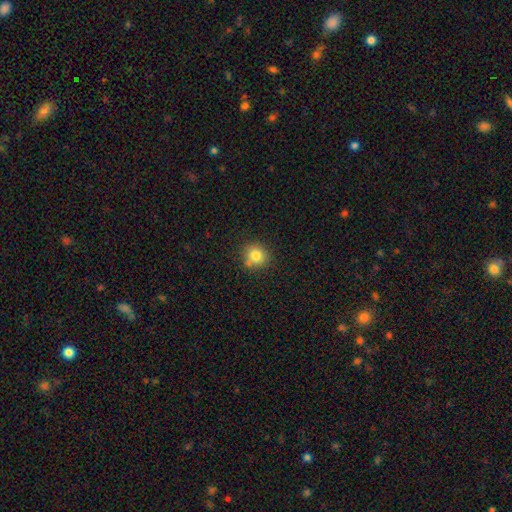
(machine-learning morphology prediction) This is clearly a smooth galaxy (81%). How rounded: clearly round (86%). Merging: likely none (77%).